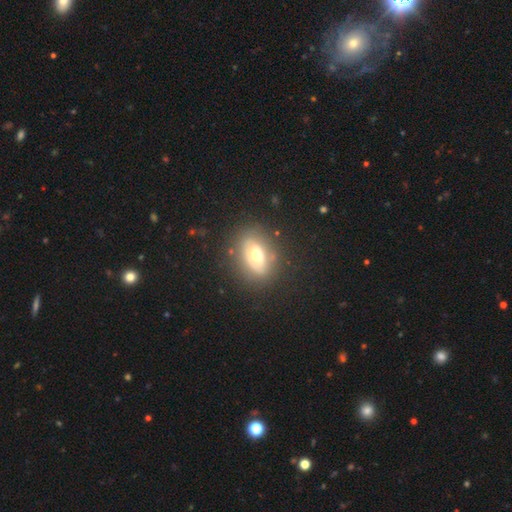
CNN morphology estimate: Overall: smooth (54%; featured or disk 34%). How rounded: in between (77%). Merging: none (79%).